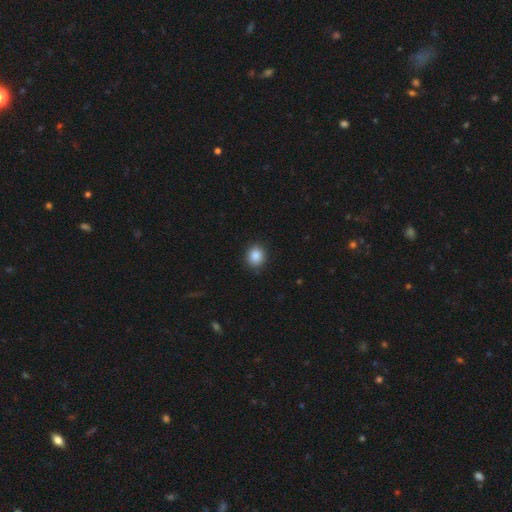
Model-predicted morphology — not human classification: Smooth or featured?
  - smooth: 87% *
  - star or artifact: 9%
  - featured or disk: 4%
How rounded?
  - round: 74% *
  - in between: 25%
  - cigar-shaped: 1%
Merging?
  - none: 90% *
  - minor disturbance: 7%
  - major disturbance: 2%
  - merger: 1%